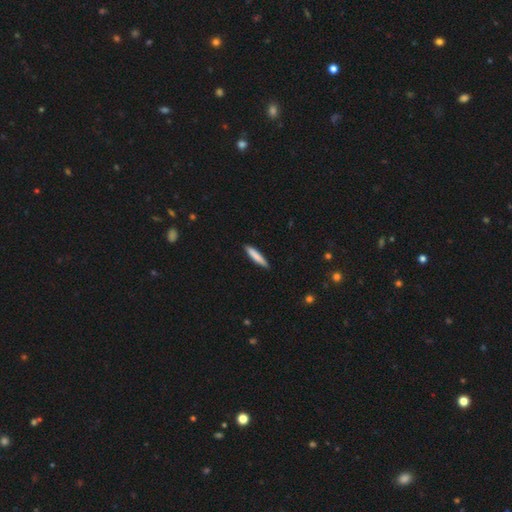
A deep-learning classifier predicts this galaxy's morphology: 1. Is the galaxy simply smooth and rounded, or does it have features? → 81% smooth, 14% featured or disk, 5% star or artifact.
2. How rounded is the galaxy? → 91% cigar-shaped, 8% in between, 1% round.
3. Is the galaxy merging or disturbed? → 88% none, 9% minor disturbance, 1% major disturbance, 1% merger.